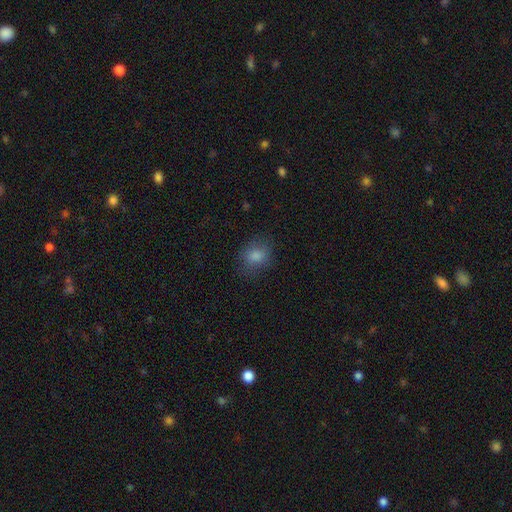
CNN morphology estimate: Overall: smooth (78%). How rounded: round (52%; in between 47%). Merging: none (79%).